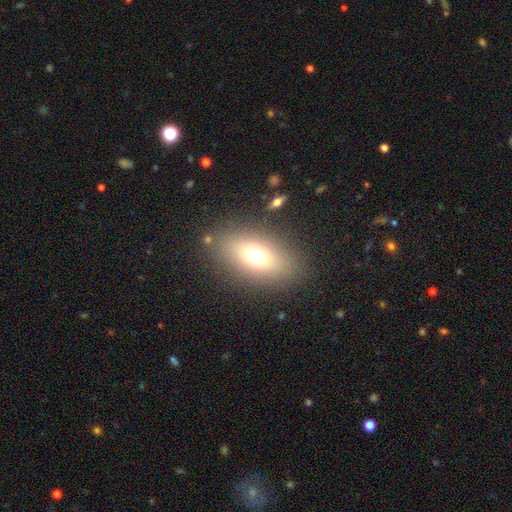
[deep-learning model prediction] A smooth galaxy with no disk features (67%) that is in between round and cigar-shaped (84%). Merging: none (84%).